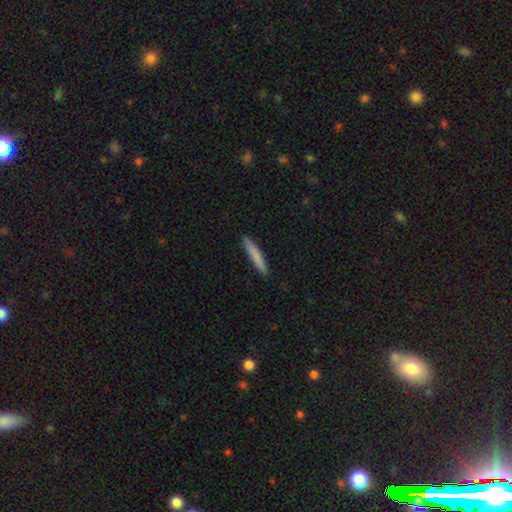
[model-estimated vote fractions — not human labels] smooth_or_featured: smooth (p=0.80) [alt: featured or disk p=0.14]
how_rounded: cigar-shaped (p=0.94) [alt: in between p=0.05]
merging: none (p=0.90) [alt: minor disturbance p=0.07]